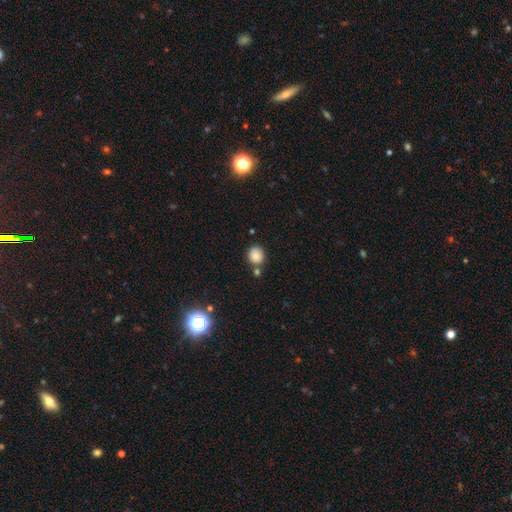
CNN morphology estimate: Smooth or featured: smooth — 83% (star or artifact — 11%)
How rounded: round — 78% (in between — 21%)
Merging: none — 72% (merger — 13%)